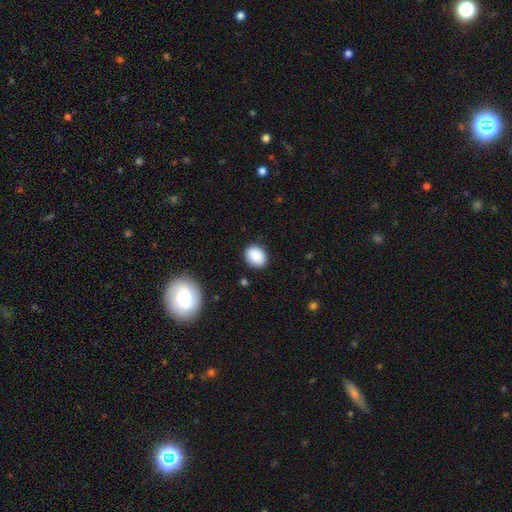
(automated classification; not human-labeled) Q: Smooth or featured?
A: smooth (88%); runner-up: star or artifact (8%)
Q: How rounded?
A: in between (50%); runner-up: round (49%)
Q: Merging?
A: none (85%); runner-up: minor disturbance (11%)